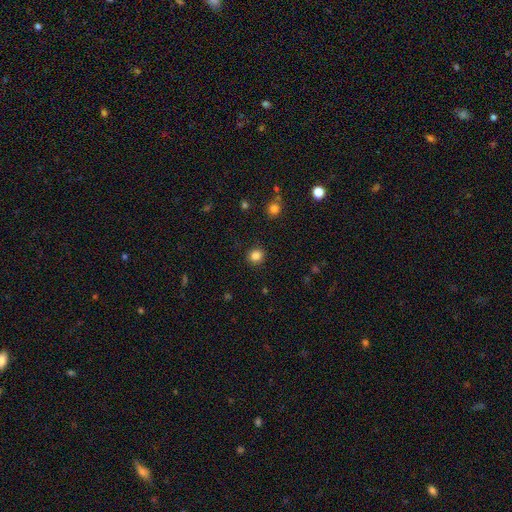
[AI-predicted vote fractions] Smooth or featured? Predicted: smooth (p=0.85). How rounded? Predicted: round (p=0.87). Merging? Predicted: none (p=0.91).